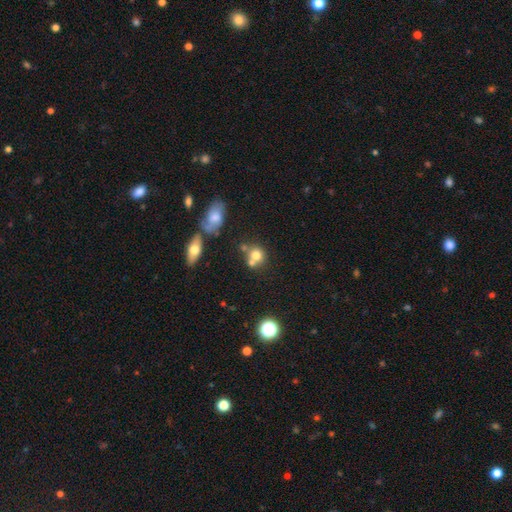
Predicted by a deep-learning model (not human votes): smooth-or-featured: smooth: 72% | featured or disk: 15% | star or artifact: 13%
  how-rounded: round: 78% | in between: 20% | cigar-shaped: 1%
  merging: merger: 44% | none: 42% | minor disturbance: 10% | major disturbance: 5%